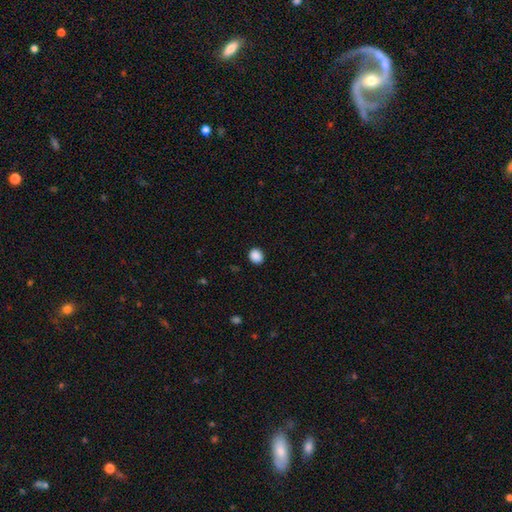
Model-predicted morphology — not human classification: This is clearly a smooth galaxy (89%). How rounded: likely round (66%). Merging: clearly none (90%).